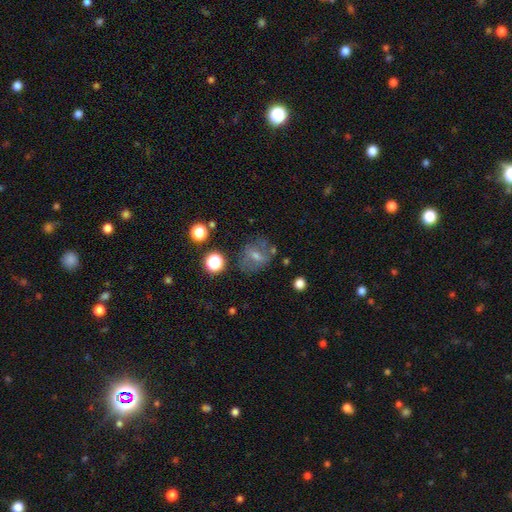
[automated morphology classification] Q: Smooth or featured?
A: smooth (42%); runner-up: featured or disk (40%)
Q: Merging?
A: none (68%); runner-up: minor disturbance (17%)